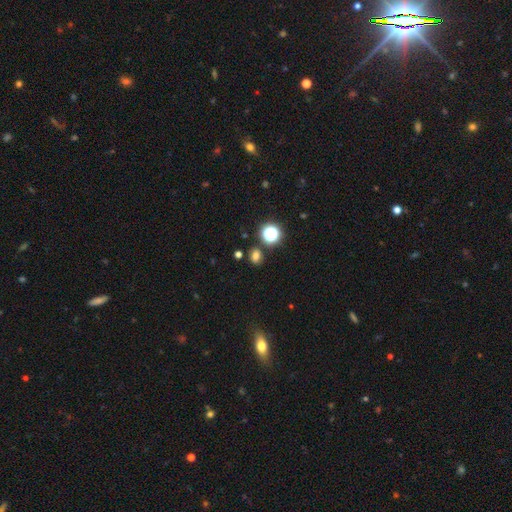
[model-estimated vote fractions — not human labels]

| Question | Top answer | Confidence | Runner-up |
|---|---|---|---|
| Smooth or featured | smooth | 70% | star or artifact (23%) |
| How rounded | round | 59% | in between (40%) |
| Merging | none | 82% | minor disturbance (9%) |